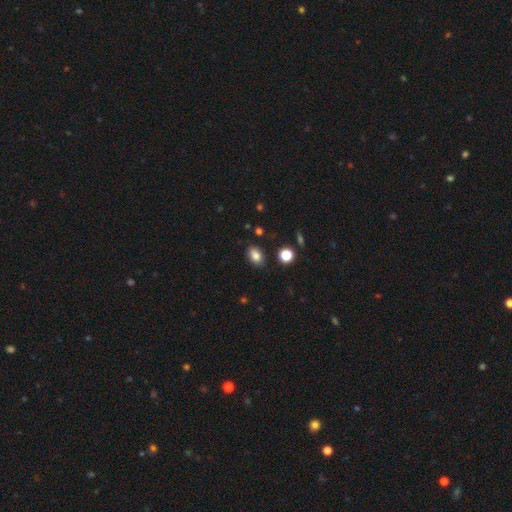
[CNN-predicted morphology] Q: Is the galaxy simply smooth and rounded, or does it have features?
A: smooth — 82%.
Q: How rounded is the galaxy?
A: in between — 78%.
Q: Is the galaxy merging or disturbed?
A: none — 85%.